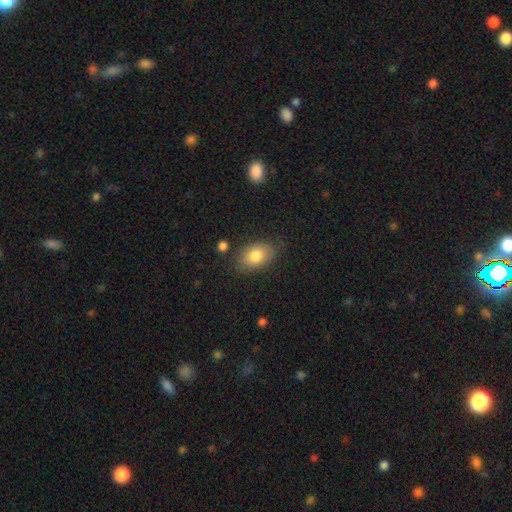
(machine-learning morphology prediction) smooth-or-featured: smooth: 81% | featured or disk: 12% | star or artifact: 7%
  how-rounded: in between: 86% | round: 12% | cigar-shaped: 1%
  merging: none: 77% | minor disturbance: 16% | major disturbance: 4% | merger: 2%